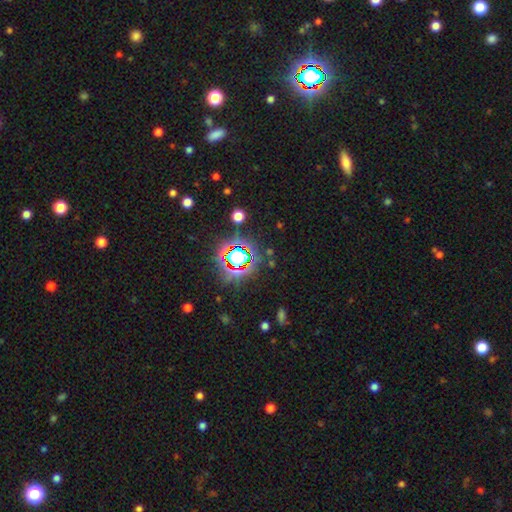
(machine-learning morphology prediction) This appears to be a star or artifact, not a galaxy (82%).